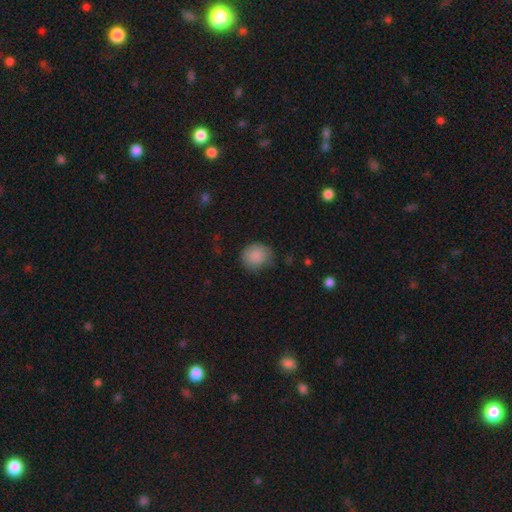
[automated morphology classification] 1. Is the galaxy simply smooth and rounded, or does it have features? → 86% smooth, 8% star or artifact, 6% featured or disk.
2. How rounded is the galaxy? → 77% round, 22% in between, 1% cigar-shaped.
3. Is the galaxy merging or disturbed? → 69% none, 24% minor disturbance, 6% major disturbance, 1% merger.